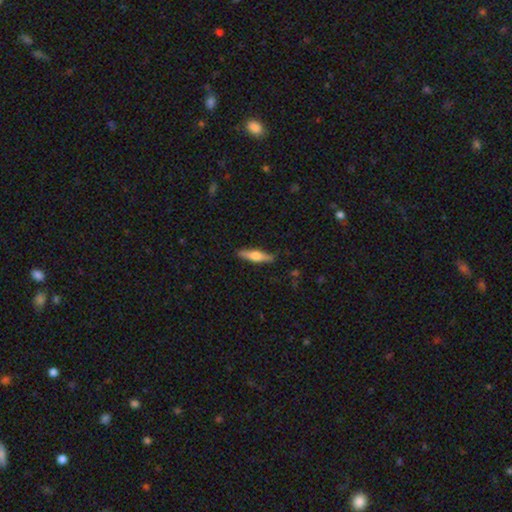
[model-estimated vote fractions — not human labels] Overall: featured or disk (49%; smooth 45%). Merging: none (88%).